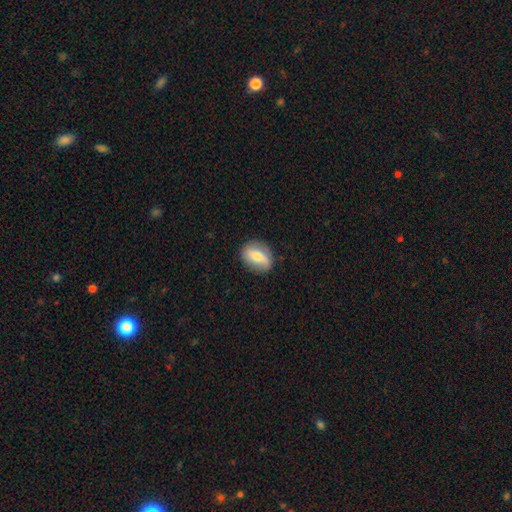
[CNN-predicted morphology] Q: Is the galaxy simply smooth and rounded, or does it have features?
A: smooth — 60%.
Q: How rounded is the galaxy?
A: in between — 63%.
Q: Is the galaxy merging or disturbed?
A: none — 83%.